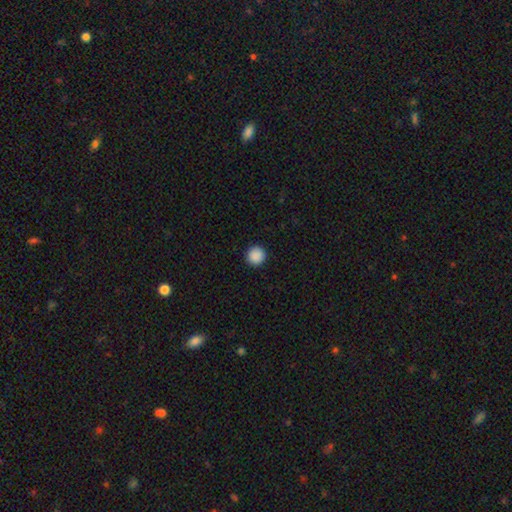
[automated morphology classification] Overall: smooth (89%). How rounded: round (95%). Merging: none (94%).